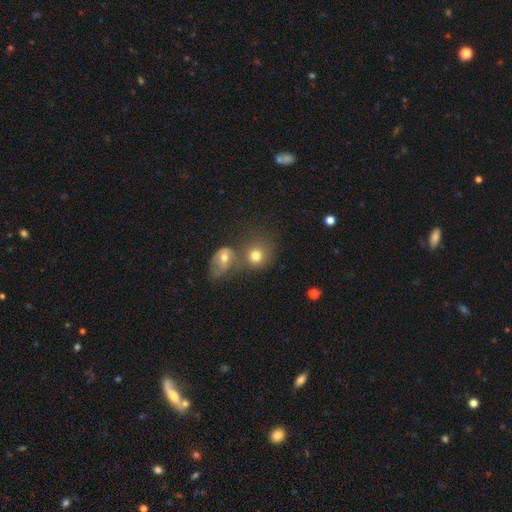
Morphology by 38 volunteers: Smooth or featured? 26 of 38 (68%) said smooth. How rounded? 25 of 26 (96%) said round. Merging? 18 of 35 (51%) said merger.